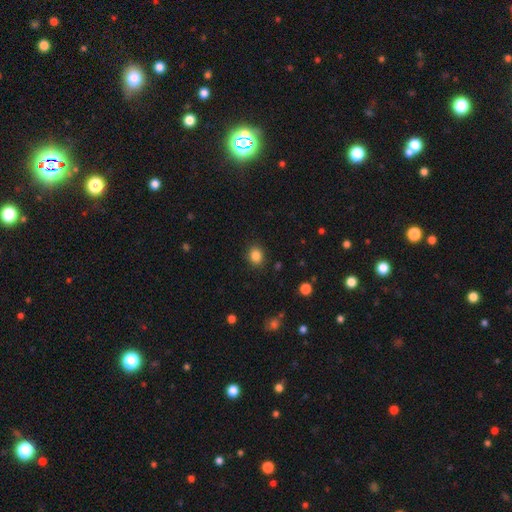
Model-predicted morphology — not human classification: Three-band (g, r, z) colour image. It shows a smooth galaxy with no disk features (85%) that is round (63%). Merging: none (88%).